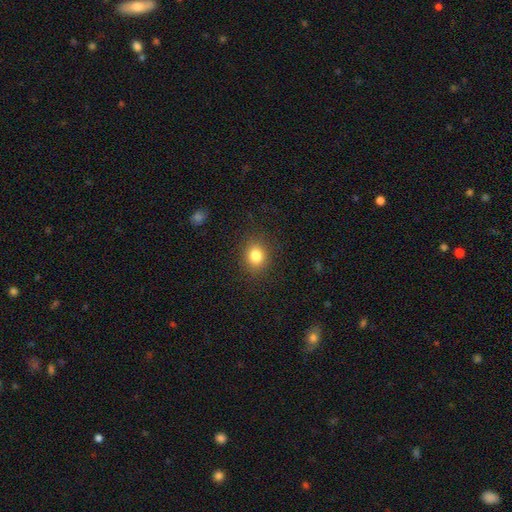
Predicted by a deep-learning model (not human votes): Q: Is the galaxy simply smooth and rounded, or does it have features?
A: smooth — 82%.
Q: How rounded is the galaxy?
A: round — 65%.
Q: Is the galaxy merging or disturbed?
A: none — 87%.